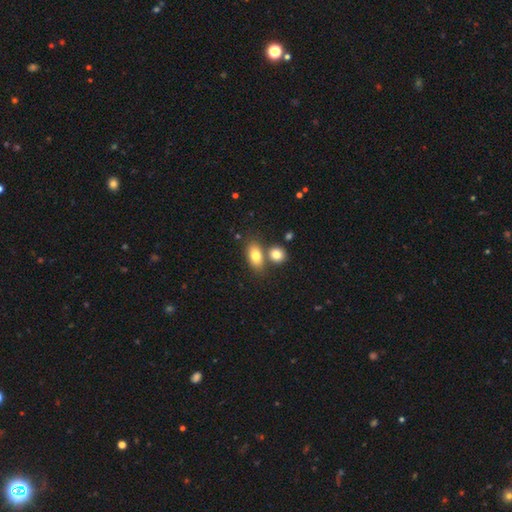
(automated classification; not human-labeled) smooth 79%, featured or disk 13%, star or artifact 8%. Down the decision tree: how rounded — in between (84%); merging — none (56%).